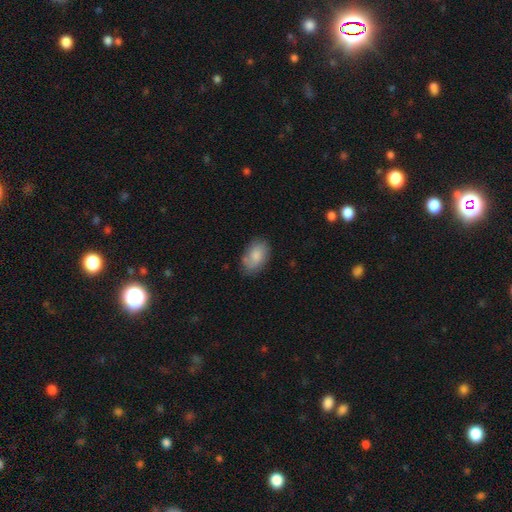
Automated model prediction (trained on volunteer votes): Morphology: type=smooth (78%); roundness=in between (90%); merging=none (71%).